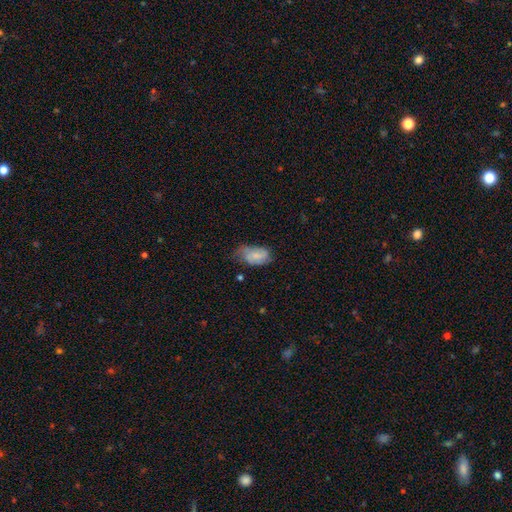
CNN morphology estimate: smooth 61%, featured or disk 32%, star or artifact 8%. Down the decision tree: how rounded — in between (92%); merging — none (41%, tied with minor disturbance).